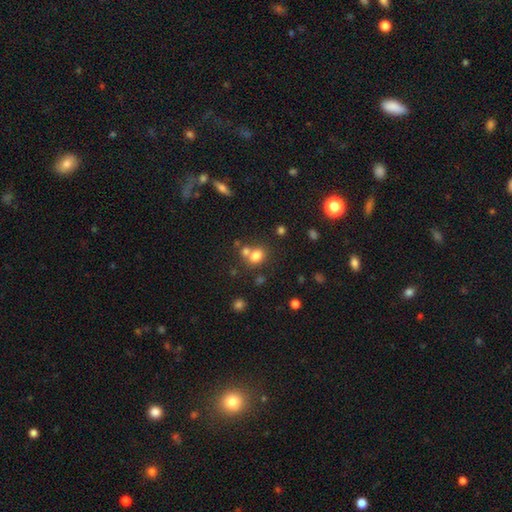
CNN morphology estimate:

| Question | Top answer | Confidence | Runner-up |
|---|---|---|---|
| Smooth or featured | smooth | 76% | star or artifact (14%) |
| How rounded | round | 55% | in between (44%) |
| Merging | none | 51% | merger (34%) |